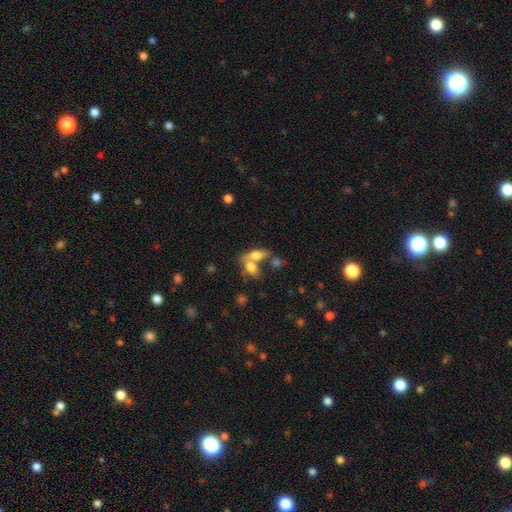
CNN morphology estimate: Smooth or featured: smooth — 69% (featured or disk — 21%)
How rounded: in between — 79% (cigar-shaped — 11%)
Merging: merger — 57% (none — 29%)